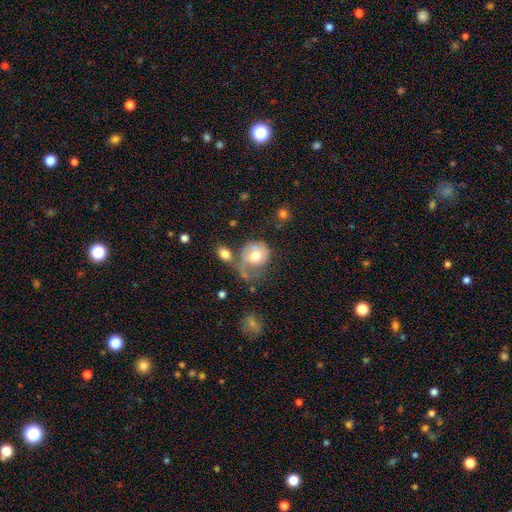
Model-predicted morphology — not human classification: smooth-or-featured: smooth: 62% | featured or disk: 31% | star or artifact: 8%
  how-rounded: round: 68% | in between: 31% | cigar-shaped: 1%
  merging: major disturbance: 33% | none: 26% | merger: 21% | minor disturbance: 20%